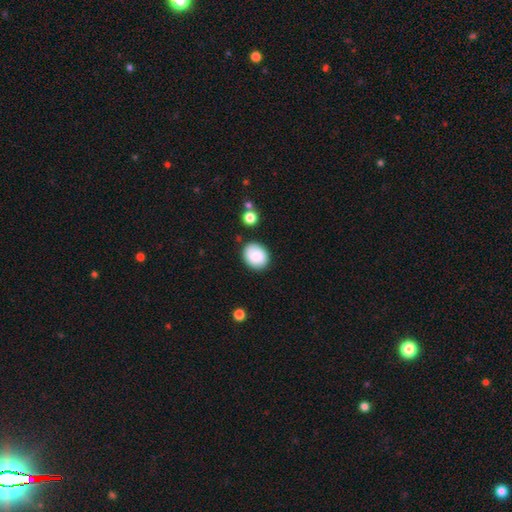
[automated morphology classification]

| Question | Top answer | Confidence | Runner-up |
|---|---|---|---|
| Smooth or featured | smooth | 86% | star or artifact (8%) |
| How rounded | round | 53% | in between (46%) |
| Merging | none | 82% | minor disturbance (13%) |